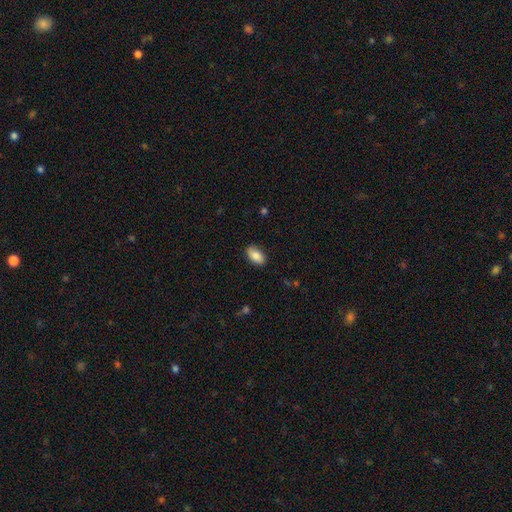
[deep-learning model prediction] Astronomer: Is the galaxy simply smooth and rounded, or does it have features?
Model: smooth — 85%.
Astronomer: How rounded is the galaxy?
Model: in between — 93%.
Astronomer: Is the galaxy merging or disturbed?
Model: none — 84%.